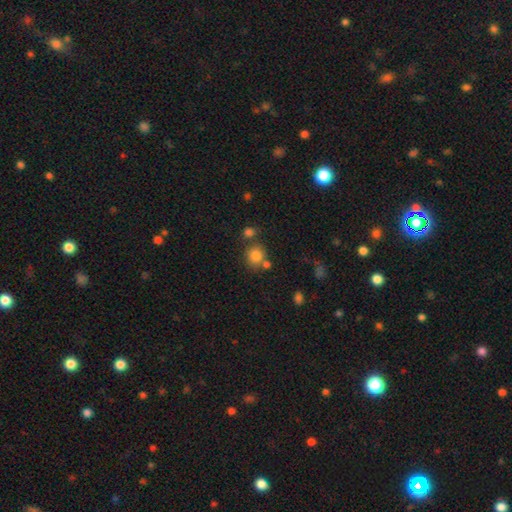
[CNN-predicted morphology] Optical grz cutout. It shows a smooth galaxy with no disk features (82%) that is round (82%). Merging: none (67%).